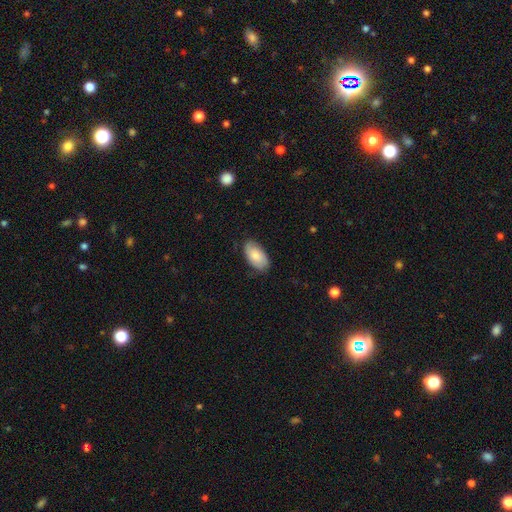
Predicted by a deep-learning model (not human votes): smooth-or-featured: smooth: 72% | featured or disk: 22% | star or artifact: 6%
  how-rounded: in between: 95% | round: 3% | cigar-shaped: 2%
  merging: none: 78% | minor disturbance: 18% | major disturbance: 3% | merger: 1%